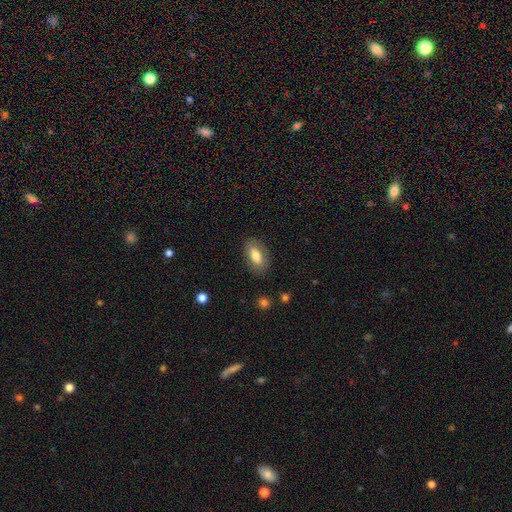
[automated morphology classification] Smooth or featured?
  - smooth: 73% *
  - featured or disk: 20%
  - star or artifact: 7%
How rounded?
  - in between: 92% *
  - cigar-shaped: 4%
  - round: 4%
Merging?
  - none: 83% *
  - minor disturbance: 12%
  - major disturbance: 4%
  - merger: 1%